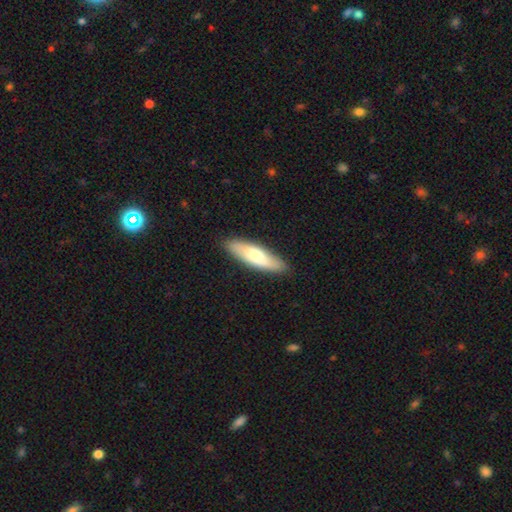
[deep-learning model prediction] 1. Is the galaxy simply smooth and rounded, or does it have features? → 71% smooth, 24% featured or disk, 5% star or artifact.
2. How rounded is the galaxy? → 61% cigar-shaped, 37% in between, 2% round.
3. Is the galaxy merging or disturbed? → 88% none, 9% minor disturbance, 2% major disturbance, 1% merger.